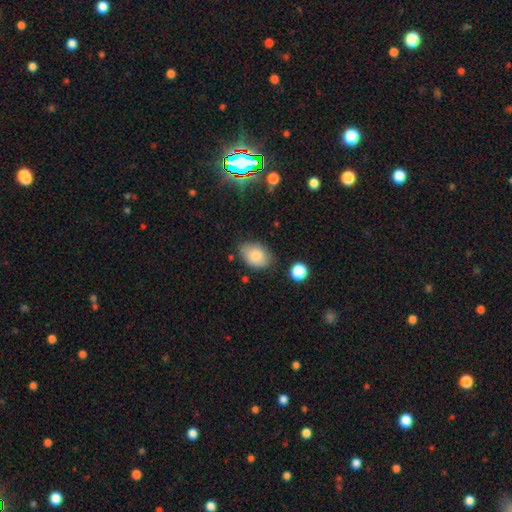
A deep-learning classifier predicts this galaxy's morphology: smooth_or_featured: smooth (p=0.84) [alt: featured or disk p=0.08]
how_rounded: in between (p=0.83) [alt: round p=0.16]
merging: none (p=0.73) [alt: minor disturbance p=0.20]